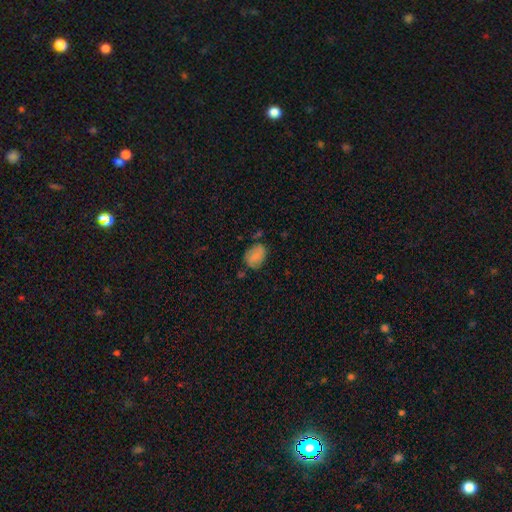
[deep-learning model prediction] This appears to be a smooth galaxy with no disk features (76%) that is in between round and cigar-shaped (71%). Merging: none (61%).